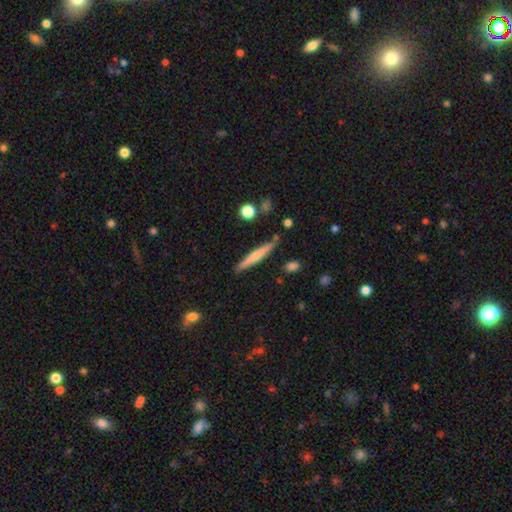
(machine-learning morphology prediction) This is possibly a smooth galaxy (56%). How rounded: clearly cigar-shaped (94%). Merging: clearly none (85%).